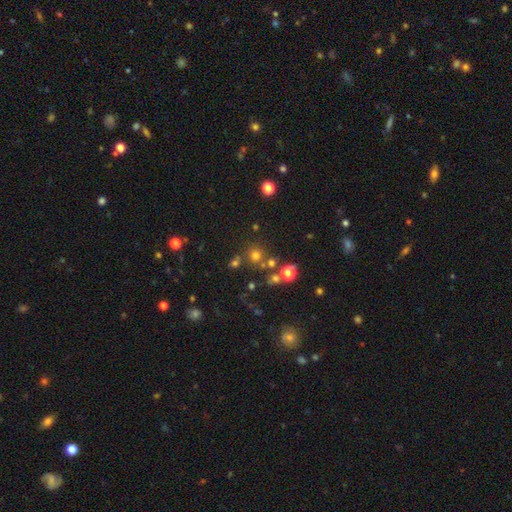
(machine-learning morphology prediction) smooth_or_featured: smooth (p=0.64) [alt: star or artifact p=0.26]
how_rounded: round (p=0.91) [alt: in between p=0.08]
merging: none (p=0.73) [alt: merger p=0.14]